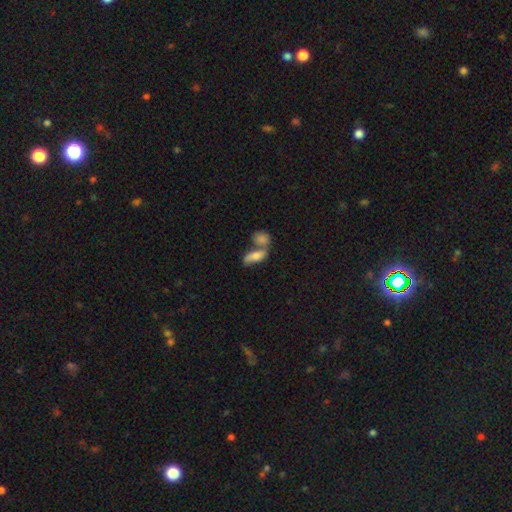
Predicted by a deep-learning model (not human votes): Q: Smooth or featured?
A: smooth (66%); runner-up: featured or disk (25%)
Q: How rounded?
A: in between (75%); runner-up: cigar-shaped (19%)
Q: Merging?
A: merger (50%); runner-up: none (34%)